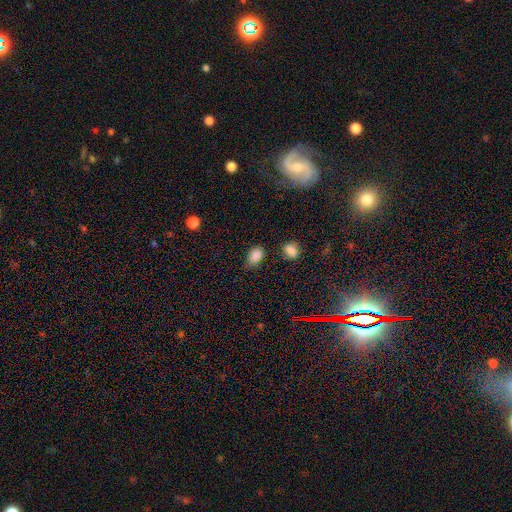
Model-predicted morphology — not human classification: Q: Smooth or featured?
A: smooth (85%); runner-up: star or artifact (11%)
Q: How rounded?
A: in between (81%); runner-up: round (17%)
Q: Merging?
A: none (63%); runner-up: minor disturbance (28%)